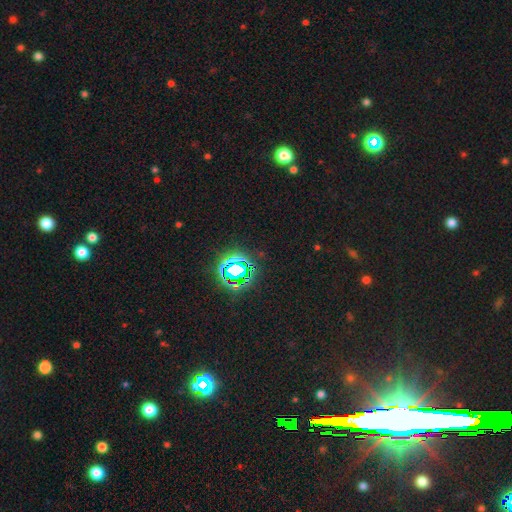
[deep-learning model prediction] A star or artifact, not a galaxy (80%).